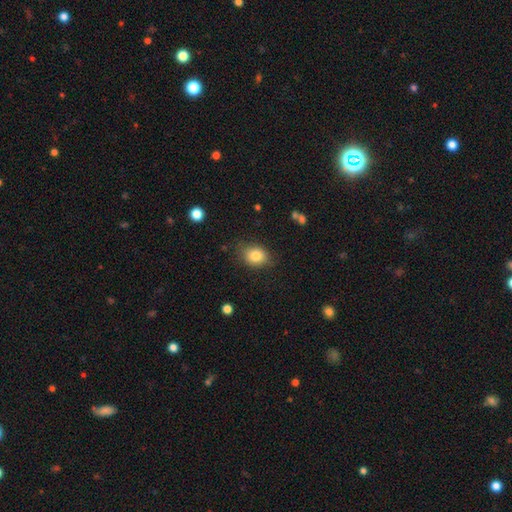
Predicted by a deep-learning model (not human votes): This appears to be a smooth galaxy with no disk features (83%) that is in between round and cigar-shaped (56%). Merging: none (76%).